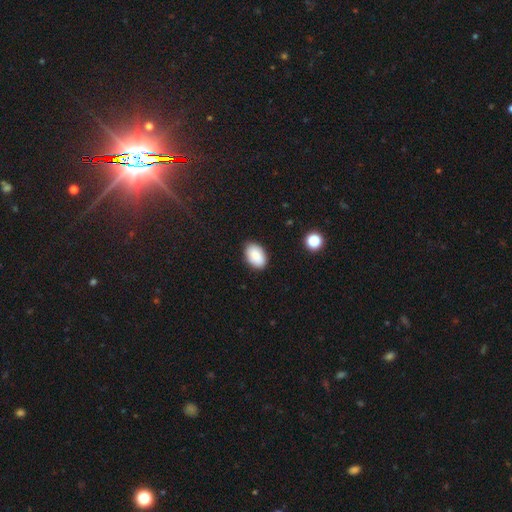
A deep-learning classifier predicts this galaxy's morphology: This is clearly a smooth galaxy (87%). How rounded: clearly in between (91%). Merging: clearly none (86%).